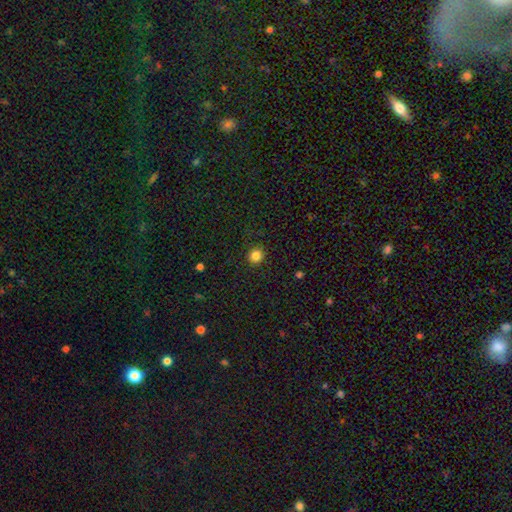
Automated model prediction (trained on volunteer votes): This is clearly a smooth galaxy (84%). How rounded: clearly round (90%). Merging: clearly none (90%).